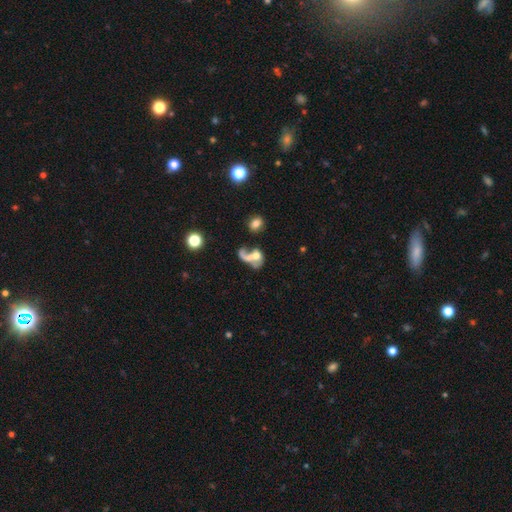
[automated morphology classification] This is possibly a featured or disk galaxy (48%). Merging: possibly merger (53%).